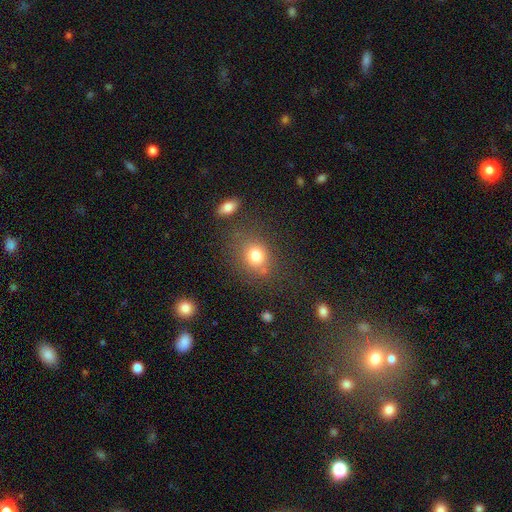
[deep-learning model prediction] smooth-or-featured: smooth: 79% | star or artifact: 12% | featured or disk: 9%
  how-rounded: round: 65% | in between: 34% | cigar-shaped: 1%
  merging: none: 70% | minor disturbance: 15% | merger: 9% | major disturbance: 7%